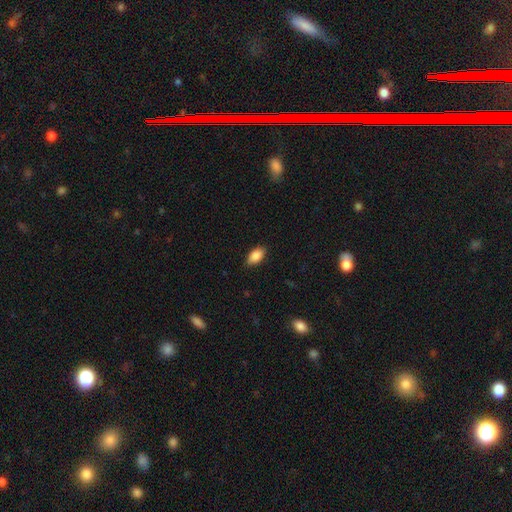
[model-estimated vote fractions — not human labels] smooth_or_featured: smooth (p=0.88) [alt: star or artifact p=0.07]
how_rounded: in between (p=0.93) [alt: round p=0.04]
merging: none (p=0.85) [alt: minor disturbance p=0.12]